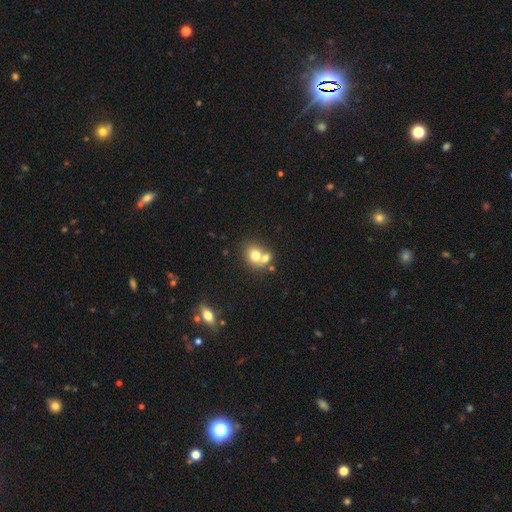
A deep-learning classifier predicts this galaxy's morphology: The model was most divided on "merging": merger: 48%, none: 40%, minor disturbance: 8%, major disturbance: 3%. More confident: smooth or featured — smooth (72%); how rounded — round (66%).